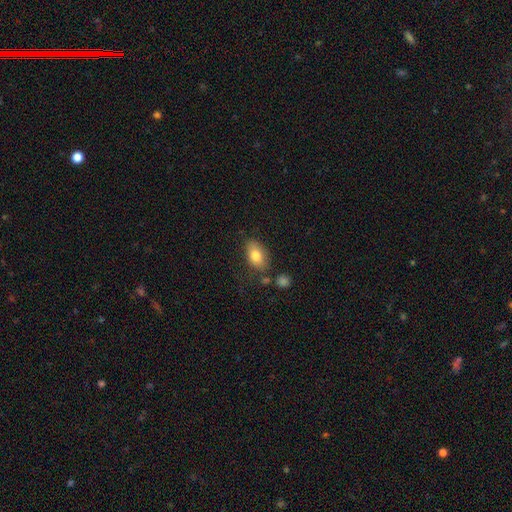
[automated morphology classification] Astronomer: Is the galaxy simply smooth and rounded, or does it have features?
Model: smooth — 80%.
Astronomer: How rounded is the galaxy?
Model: in between — 89%.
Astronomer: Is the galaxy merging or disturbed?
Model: none — 75%.